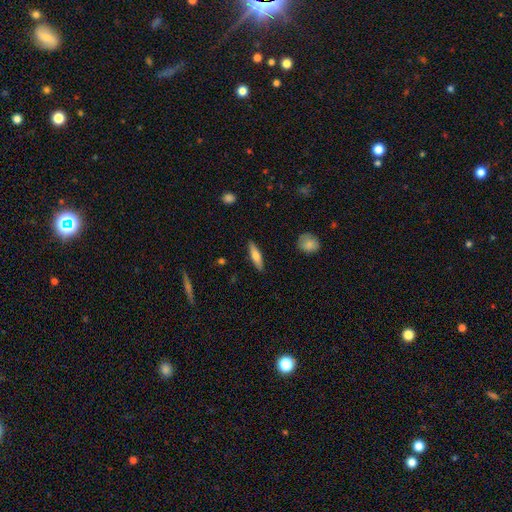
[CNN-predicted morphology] Overall: smooth (61%; featured or disk 33%). How rounded: cigar-shaped (69%; in between 29%). Merging: none (89%).